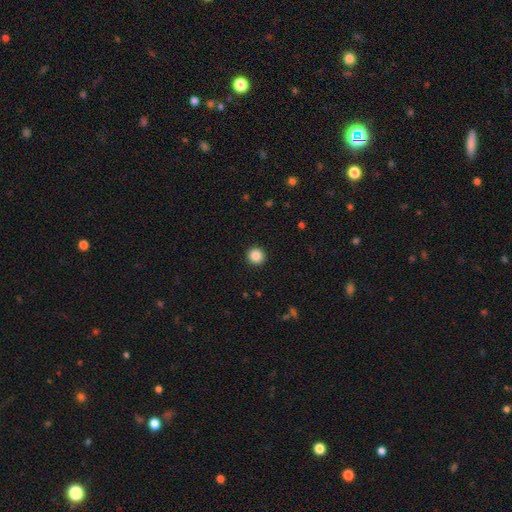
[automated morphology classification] smooth 87%, star or artifact 10%, featured or disk 4%. Down the decision tree: how rounded — round (94%); merging — none (93%).